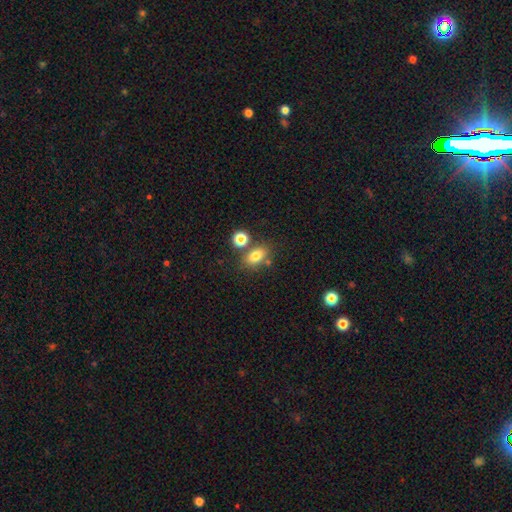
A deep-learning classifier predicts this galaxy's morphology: A smooth galaxy with no disk features (78%) that is in between round and cigar-shaped (77%).

Vote fractions:
- Smooth or featured? smooth: 78% / star or artifact: 12% / featured or disk: 10%
- How rounded? in between: 77% / round: 20% / cigar-shaped: 3%
- Merging? none: 66% / merger: 17% / minor disturbance: 13% / major disturbance: 4%